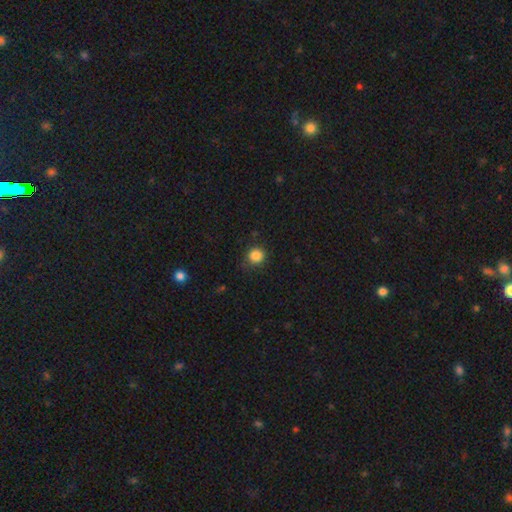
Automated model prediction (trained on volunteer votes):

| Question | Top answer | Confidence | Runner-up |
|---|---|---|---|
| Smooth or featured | smooth | 85% | star or artifact (11%) |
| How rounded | round | 91% | in between (8%) |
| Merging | none | 82% | minor disturbance (13%) |